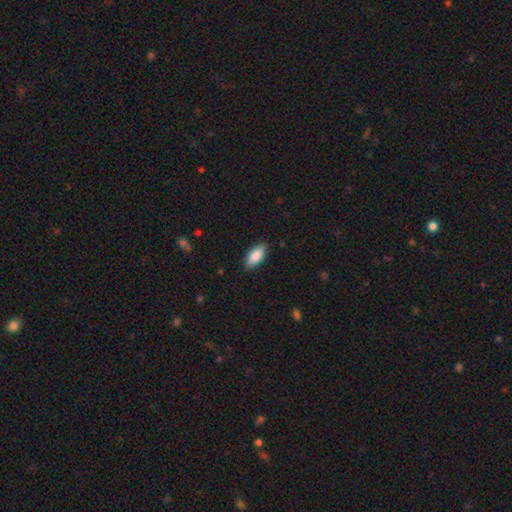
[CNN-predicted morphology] Q: Smooth or featured?
A: smooth (87%); runner-up: featured or disk (7%)
Q: How rounded?
A: in between (88%); runner-up: cigar-shaped (9%)
Q: Merging?
A: none (86%); runner-up: minor disturbance (11%)